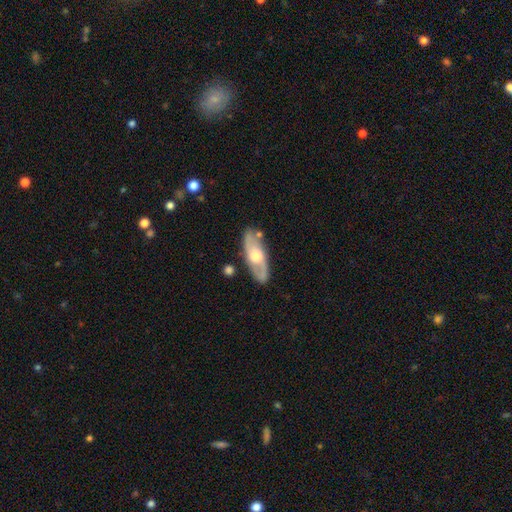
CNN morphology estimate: featured or disk 67%, smooth 28%, star or artifact 5%. Down the decision tree: edge-on disk — no (76%); bar — no (67%); spiral arms — yes (72%); bulge size — moderate (68%); merging — none (81%).